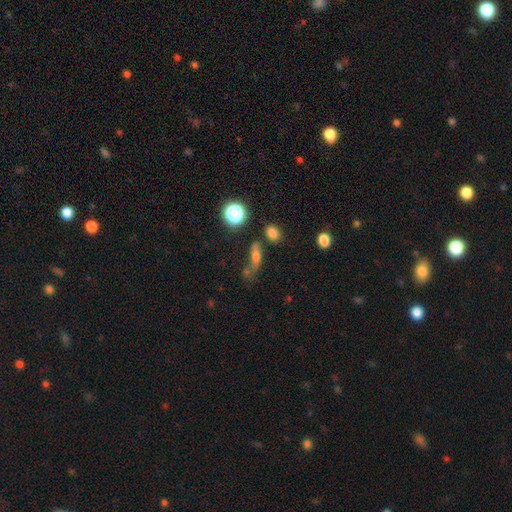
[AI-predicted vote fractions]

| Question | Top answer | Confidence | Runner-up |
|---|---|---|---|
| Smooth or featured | smooth | 64% | star or artifact (19%) |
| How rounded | in between | 51% | cigar-shaped (30%) |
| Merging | none | 48% | merger (19%) |